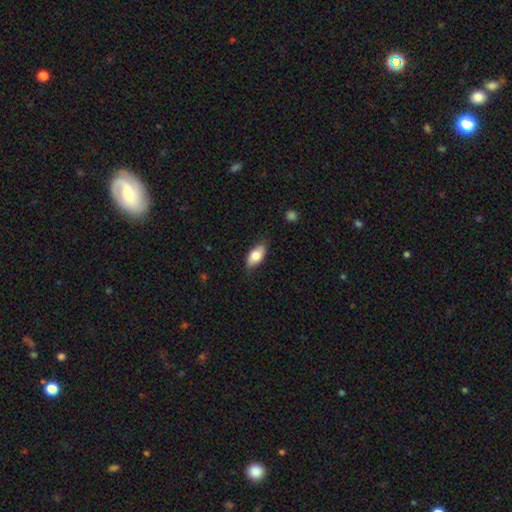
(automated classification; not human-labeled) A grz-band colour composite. It shows a smooth galaxy with no disk features (76%) that is in between round and cigar-shaped (88%). Merging: none (79%).